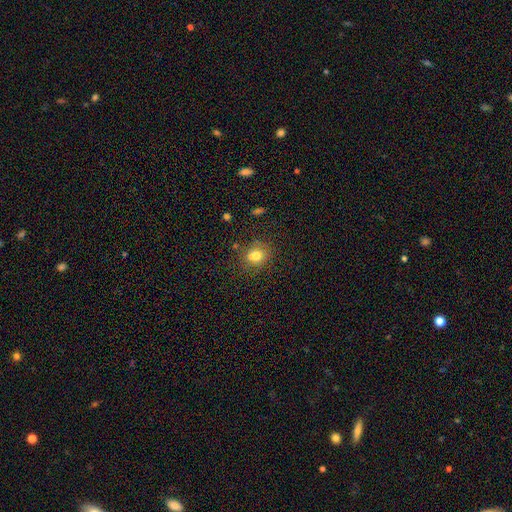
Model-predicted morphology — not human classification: smooth 75%, star or artifact 13%, featured or disk 11%. Down the decision tree: how rounded — round (65%); merging — none (65%).